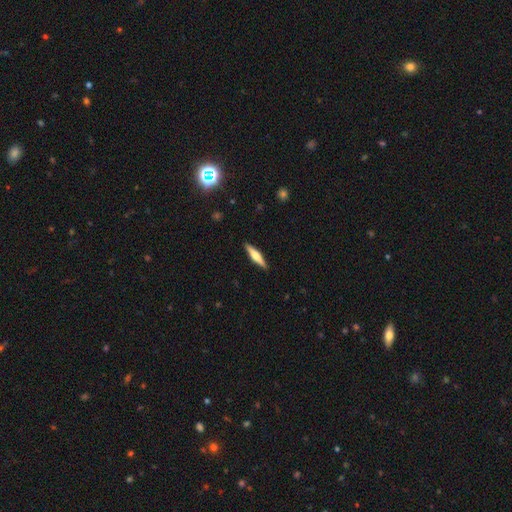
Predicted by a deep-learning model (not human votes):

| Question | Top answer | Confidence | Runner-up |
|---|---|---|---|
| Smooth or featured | featured or disk | 55% | smooth (39%) |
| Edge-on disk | yes | 97% | no (3%) |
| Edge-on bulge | rounded | 83% | boxy (11%) |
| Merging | none | 91% | minor disturbance (7%) |